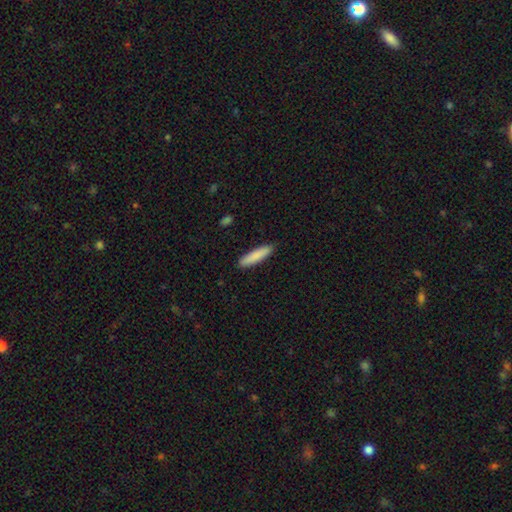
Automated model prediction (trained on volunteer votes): Morphology: type=smooth (86%); roundness=cigar-shaped (82%); merging=none (90%).